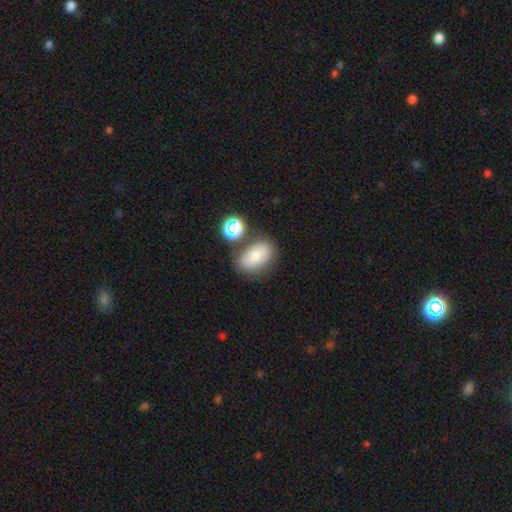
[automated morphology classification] Overall: smooth (71%). How rounded: in between (84%). Merging: none (67%).